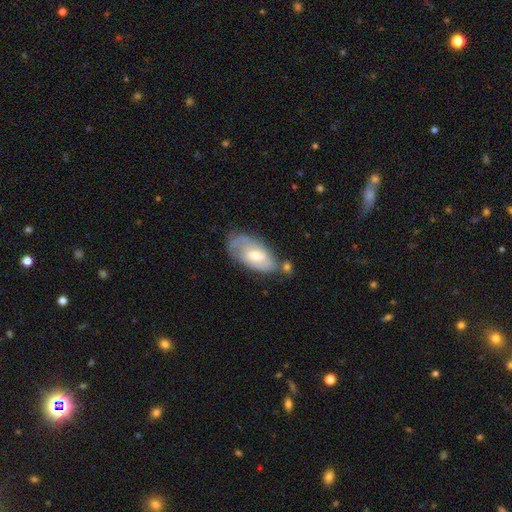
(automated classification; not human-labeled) smooth-or-featured: featured or disk: 63% | smooth: 31% | star or artifact: 6%
  disk-edge-on: no: 92% | yes: 8%
    bar: weak: 51% | no: 36% | strong: 13%
    has-spiral-arms: yes: 73% | no: 27%
    bulge-size: moderate: 61% | small: 32% | large: 4% | none: 1% | dominant: 1%
  merging: none: 48% | minor disturbance: 28% | major disturbance: 13% | merger: 12%